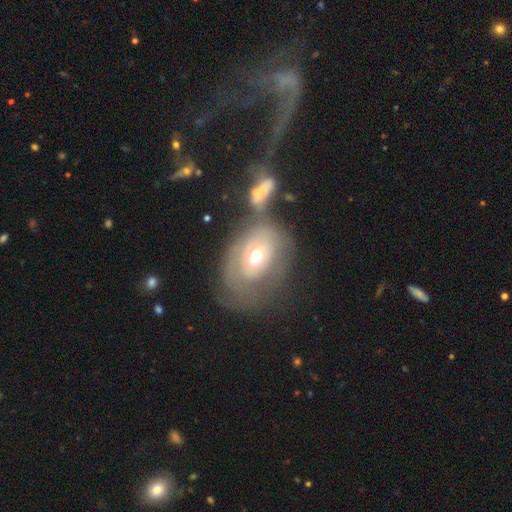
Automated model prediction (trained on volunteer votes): smooth-or-featured: featured or disk: 54% | smooth: 38% | star or artifact: 8%
  disk-edge-on: no: 94% | yes: 6%
    bar: no: 78% | weak: 17% | strong: 5%
    has-spiral-arms: no: 55% | yes: 45%
    bulge-size: moderate: 72% | small: 16% | large: 10% | dominant: 1% | none: 1%
  merging: merger: 35% | none: 26% | major disturbance: 23% | minor disturbance: 16%